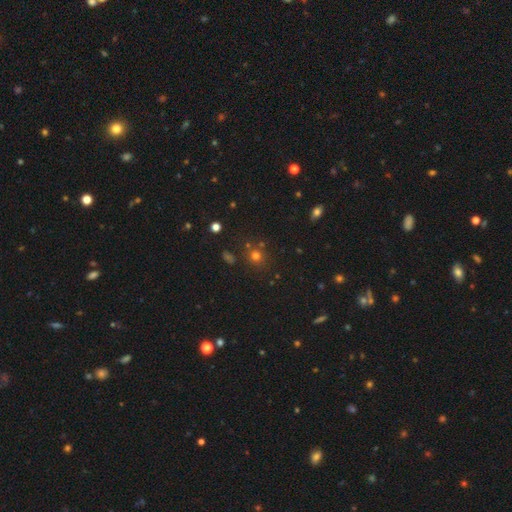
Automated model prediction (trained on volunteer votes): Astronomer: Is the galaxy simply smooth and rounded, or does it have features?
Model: smooth — 69%.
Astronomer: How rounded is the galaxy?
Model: round — 88%.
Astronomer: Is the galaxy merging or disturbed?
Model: none — 76%.